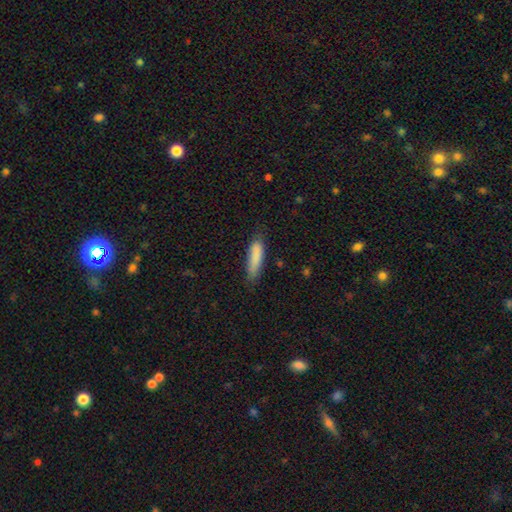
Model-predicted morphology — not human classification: smooth 86%, featured or disk 8%, star or artifact 6%. Down the decision tree: how rounded — cigar-shaped (65%); merging — none (70%).